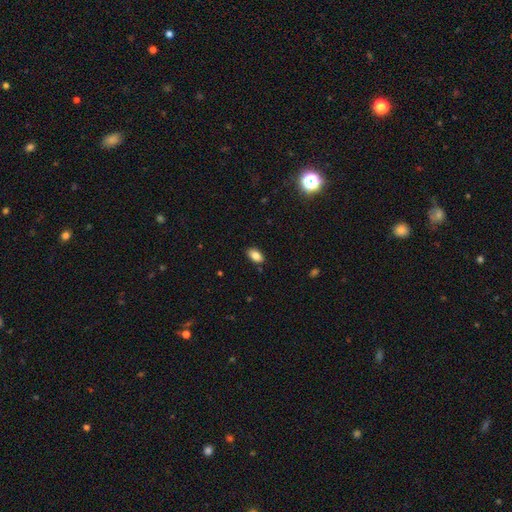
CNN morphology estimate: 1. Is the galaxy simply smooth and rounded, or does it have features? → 85% smooth, 9% star or artifact, 6% featured or disk.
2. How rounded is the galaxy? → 91% in between, 7% round, 2% cigar-shaped.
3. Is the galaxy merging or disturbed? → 86% none, 11% minor disturbance, 2% major disturbance, 1% merger.